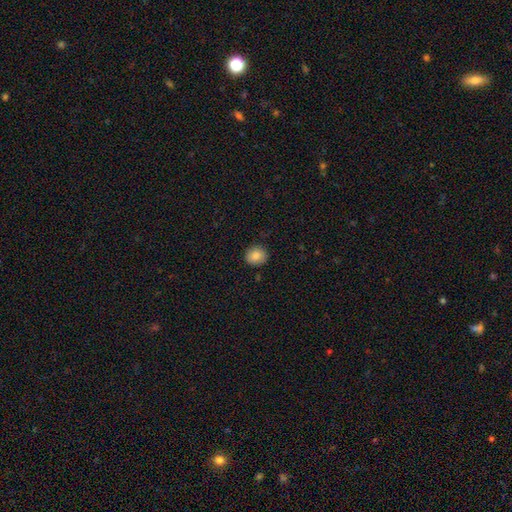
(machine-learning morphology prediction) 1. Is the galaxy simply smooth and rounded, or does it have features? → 85% smooth, 9% star or artifact, 6% featured or disk.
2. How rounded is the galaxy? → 80% round, 19% in between, 1% cigar-shaped.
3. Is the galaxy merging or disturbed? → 88% none, 9% minor disturbance, 2% major disturbance, 1% merger.